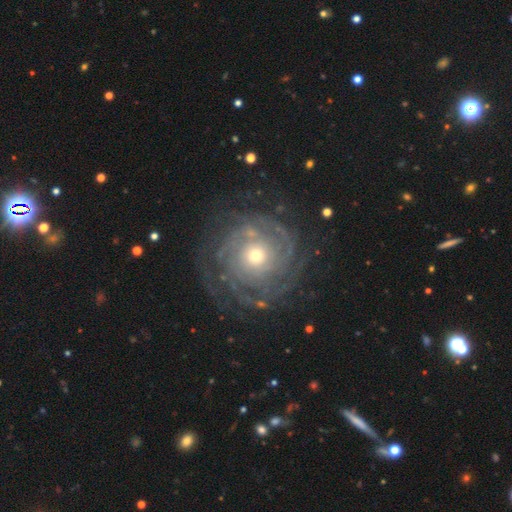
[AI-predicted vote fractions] Smooth or featured: featured or disk — 86% (smooth — 8%)
Edge-on disk: no — 97% (yes — 3%)
Bar: no — 83% (weak — 13%)
Spiral arms: yes — 95% (no — 5%)
Spiral winding: tight — 76% (medium — 19%)
Spiral arm count: can't tell — 31% (4 — 16%)
Bulge size: moderate — 50% (small — 42%)
Merging: none — 76% (minor disturbance — 13%)